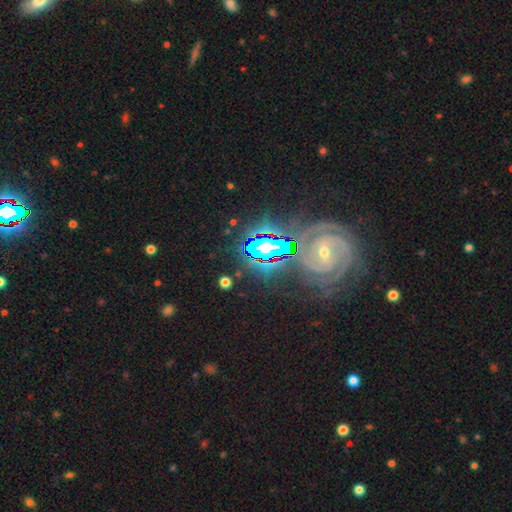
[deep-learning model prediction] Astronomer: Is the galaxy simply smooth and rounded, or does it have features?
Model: featured or disk — 59%.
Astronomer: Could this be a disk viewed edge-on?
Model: no — 94%.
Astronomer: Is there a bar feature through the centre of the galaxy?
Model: no — 43% (runner-up: weak, 32%).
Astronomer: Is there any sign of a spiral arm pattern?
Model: yes — 95%.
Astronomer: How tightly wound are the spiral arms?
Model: tight — 74%.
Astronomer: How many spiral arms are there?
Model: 2 — 39% (runner-up: 3, 24%).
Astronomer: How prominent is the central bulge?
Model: small — 65%.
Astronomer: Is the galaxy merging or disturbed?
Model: none — 71%.